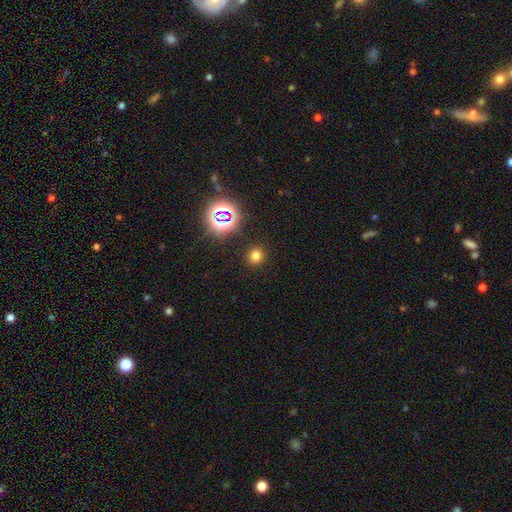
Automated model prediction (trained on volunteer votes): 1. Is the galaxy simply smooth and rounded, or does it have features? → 72% smooth, 23% star or artifact, 6% featured or disk.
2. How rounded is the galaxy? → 87% round, 12% in between, 1% cigar-shaped.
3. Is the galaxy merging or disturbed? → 90% none, 6% minor disturbance, 3% major disturbance, 2% merger.